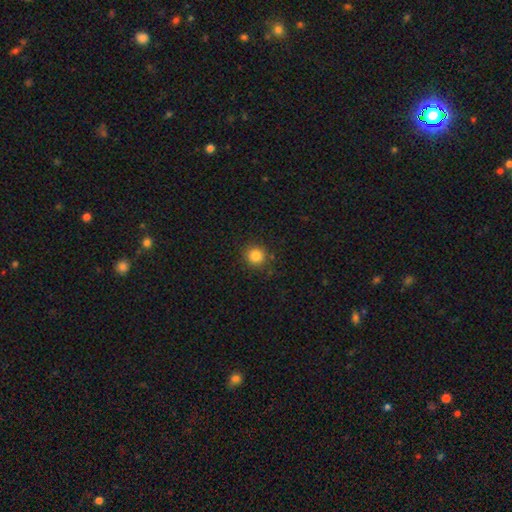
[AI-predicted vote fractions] This is clearly a smooth galaxy (84%). How rounded: clearly round (93%). Merging: clearly none (89%).